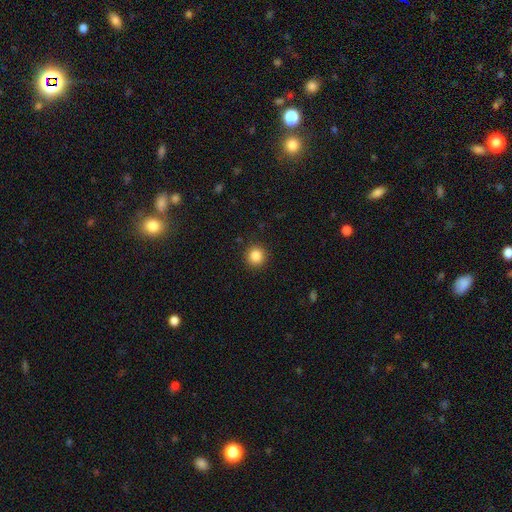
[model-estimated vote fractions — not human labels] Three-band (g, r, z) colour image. It shows a smooth galaxy with no disk features (86%) that is round (93%). Merging: none (91%).